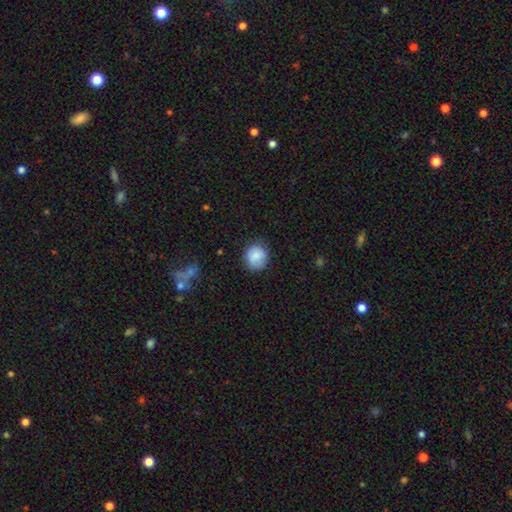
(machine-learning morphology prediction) This appears to be a smooth galaxy with no disk features (84%) that is round (82%). Merging: none (78%).